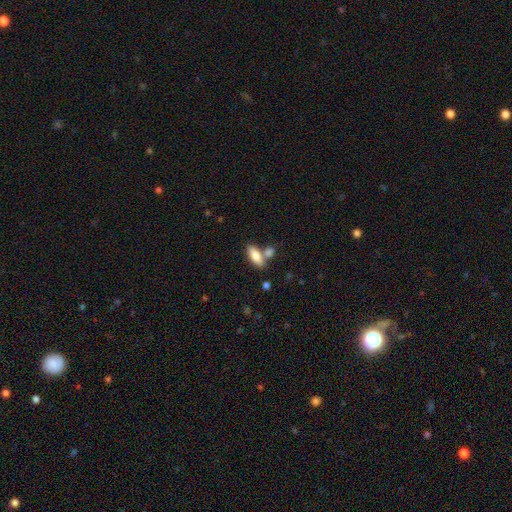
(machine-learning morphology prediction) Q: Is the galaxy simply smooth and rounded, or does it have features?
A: smooth — 80%.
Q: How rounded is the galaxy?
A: in between — 78%.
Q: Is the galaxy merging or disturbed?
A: none — 56%.